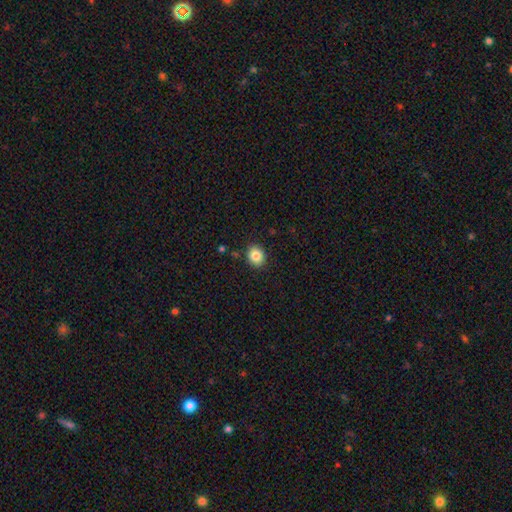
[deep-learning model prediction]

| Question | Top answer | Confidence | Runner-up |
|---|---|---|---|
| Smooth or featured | smooth | 85% | star or artifact (9%) |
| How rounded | round | 60% | in between (39%) |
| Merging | none | 88% | minor disturbance (8%) |